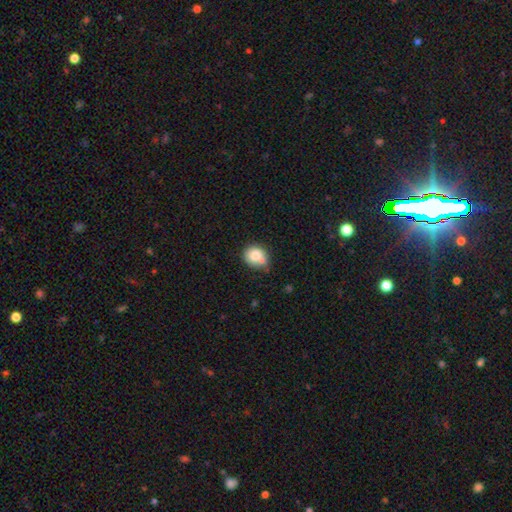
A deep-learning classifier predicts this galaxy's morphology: smooth_or_featured: smooth (p=0.81) [alt: featured or disk p=0.10]
how_rounded: round (p=0.73) [alt: in between p=0.26]
merging: none (p=0.52) [alt: minor disturbance p=0.26]